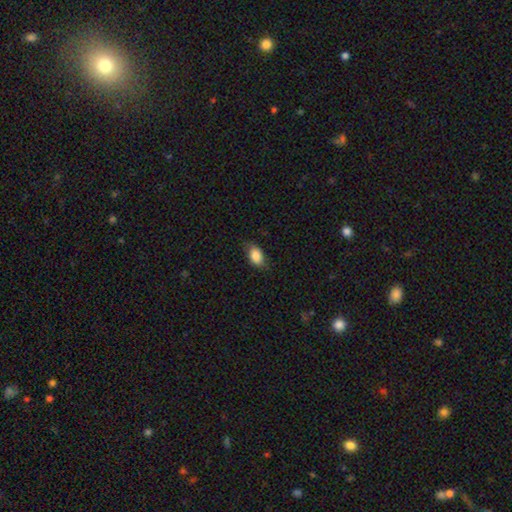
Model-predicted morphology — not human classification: smooth_or_featured: smooth (p=0.85) [alt: featured or disk p=0.08]
how_rounded: in between (p=0.86) [alt: round p=0.12]
merging: none (p=0.75) [alt: minor disturbance p=0.20]